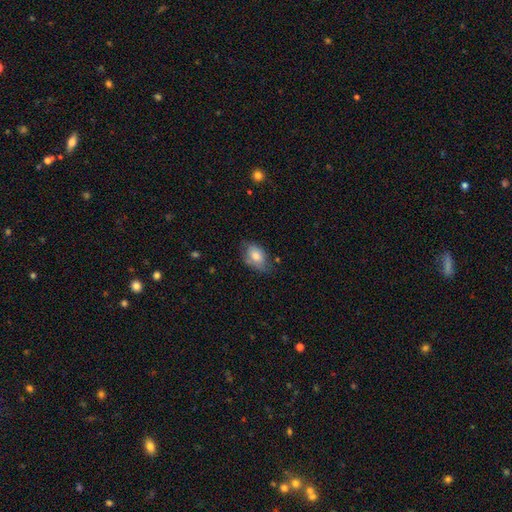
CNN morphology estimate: type=smooth (74%); roundness=in between (86%); merging=none (57%).